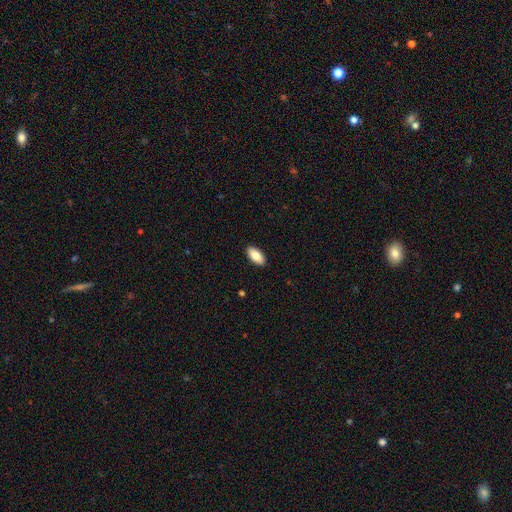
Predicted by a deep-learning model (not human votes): smooth_or_featured: smooth (p=0.85) [alt: featured or disk p=0.09]
how_rounded: in between (p=0.92) [alt: cigar-shaped p=0.06]
merging: none (p=0.91) [alt: minor disturbance p=0.07]